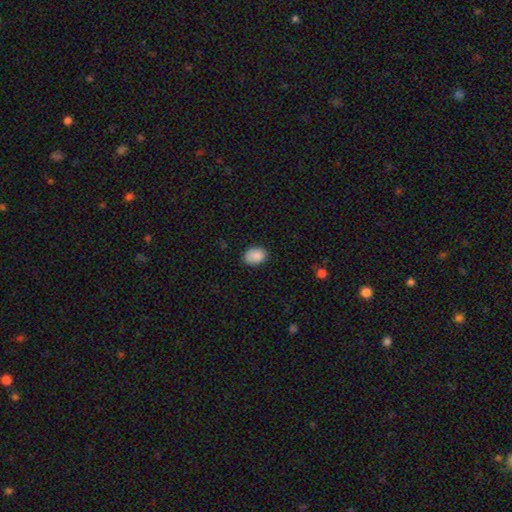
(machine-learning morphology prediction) Smooth or featured? smooth (88%)
How rounded? in between (76%)
Merging? none (80%)